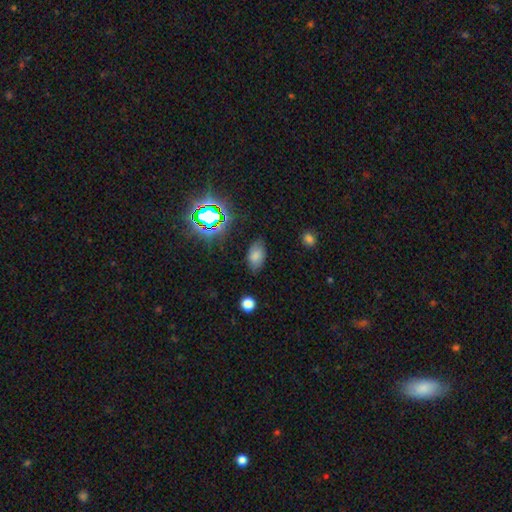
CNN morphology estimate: Smooth or featured?
  - smooth: 72% *
  - star or artifact: 16%
  - featured or disk: 11%
How rounded?
  - in between: 91% *
  - round: 7%
  - cigar-shaped: 2%
Merging?
  - none: 75% *
  - minor disturbance: 18%
  - major disturbance: 5%
  - merger: 2%